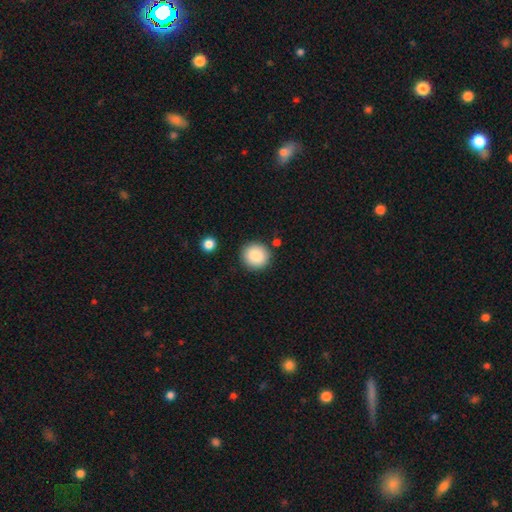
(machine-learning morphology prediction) A smooth galaxy with no disk features (87%) that is round (92%). Merging: none (87%).